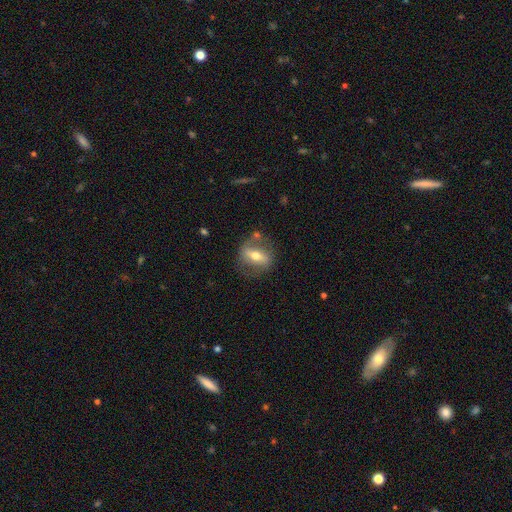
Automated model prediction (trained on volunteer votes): Q: Smooth or featured?
A: featured or disk (62%); runner-up: smooth (30%)
Q: Edge-on disk?
A: no (77%); runner-up: yes (23%)
Q: Merging?
A: none (67%); runner-up: minor disturbance (17%)